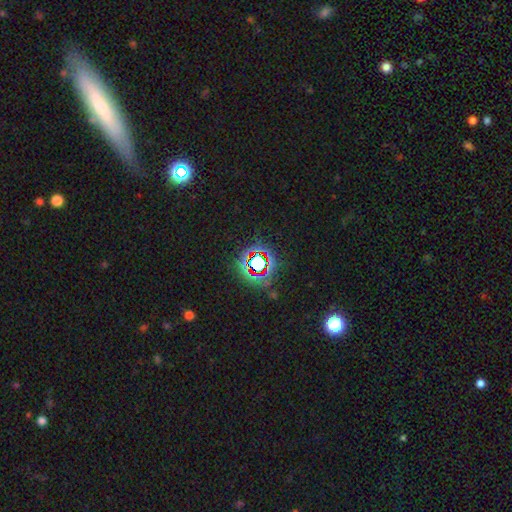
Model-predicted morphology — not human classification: Smooth or featured? star or artifact (76%)